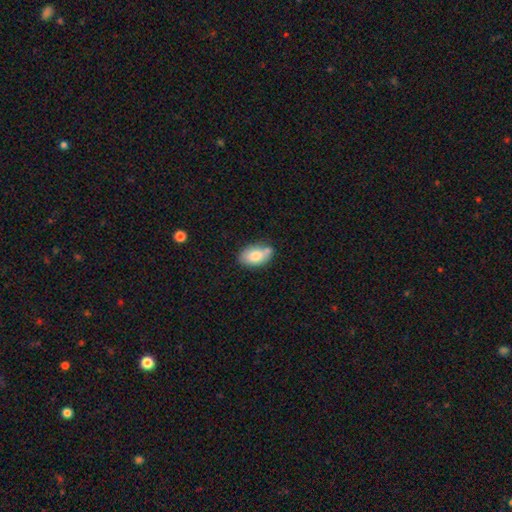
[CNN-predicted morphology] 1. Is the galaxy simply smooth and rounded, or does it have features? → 78% smooth, 15% featured or disk, 7% star or artifact.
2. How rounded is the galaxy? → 91% in between, 7% round, 2% cigar-shaped.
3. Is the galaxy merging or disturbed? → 56% none, 22% minor disturbance, 17% merger, 5% major disturbance.